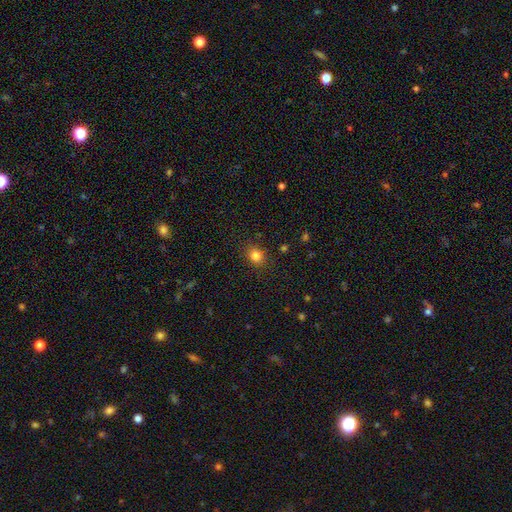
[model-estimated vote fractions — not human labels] Q: Smooth or featured?
A: smooth (82%); runner-up: star or artifact (13%)
Q: How rounded?
A: round (64%); runner-up: in between (35%)
Q: Merging?
A: none (86%); runner-up: minor disturbance (9%)